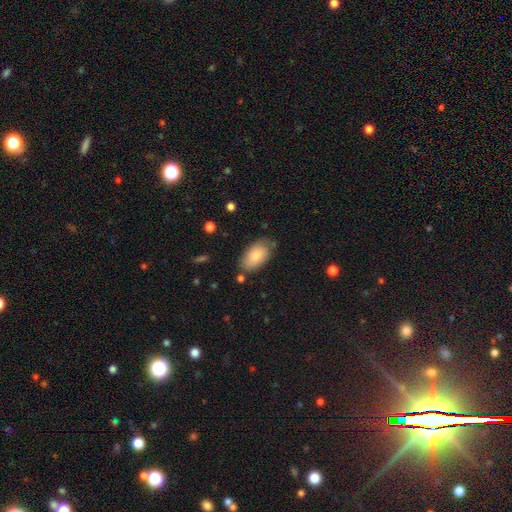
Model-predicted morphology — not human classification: A smooth galaxy with no disk features (82%) that is in between round and cigar-shaped (94%).

Vote fractions:
- Smooth or featured? smooth: 82% / featured or disk: 12% / star or artifact: 6%
- How rounded? in between: 94% / round: 4% / cigar-shaped: 2%
- Merging? none: 74% / minor disturbance: 18% / major disturbance: 4% / merger: 4%